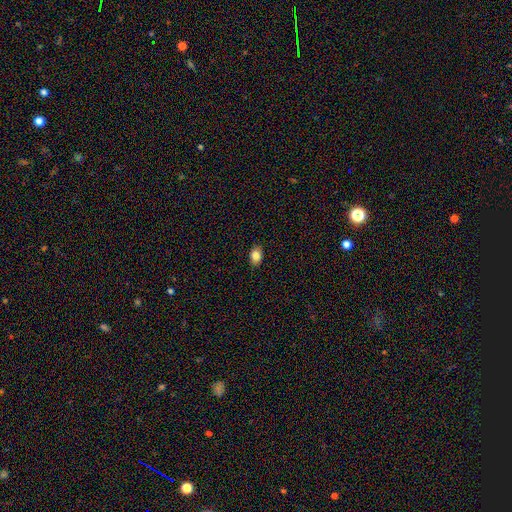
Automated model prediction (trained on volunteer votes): smooth_or_featured: smooth (p=0.84) [alt: star or artifact p=0.09]
how_rounded: in between (p=0.80) [alt: round p=0.18]
merging: none (p=0.88) [alt: minor disturbance p=0.09]